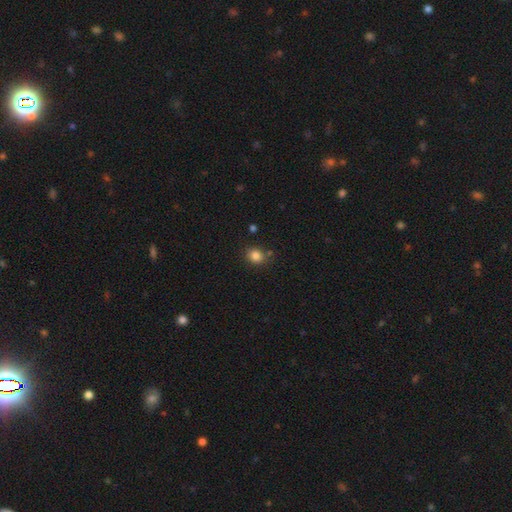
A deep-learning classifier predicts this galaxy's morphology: type=smooth (84%); roundness=round (72%); merging=none (80%).